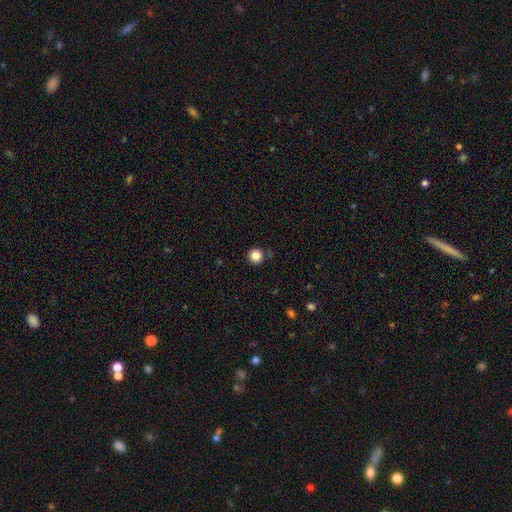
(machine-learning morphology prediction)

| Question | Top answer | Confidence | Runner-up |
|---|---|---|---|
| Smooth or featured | smooth | 85% | star or artifact (11%) |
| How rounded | round | 95% | in between (4%) |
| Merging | none | 87% | minor disturbance (8%) |